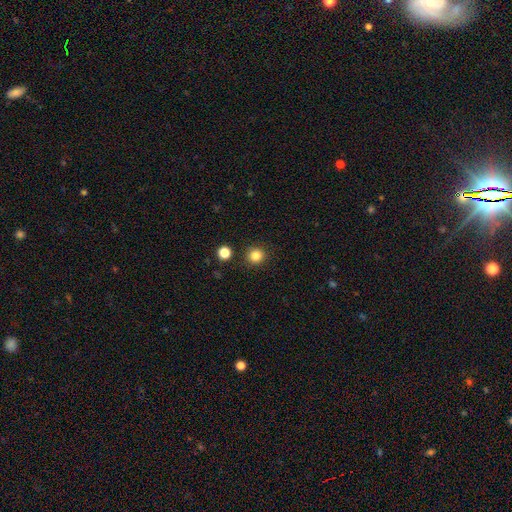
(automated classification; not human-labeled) smooth_or_featured: smooth (p=0.84) [alt: star or artifact p=0.12]
how_rounded: round (p=0.93) [alt: in between p=0.06]
merging: none (p=0.90) [alt: minor disturbance p=0.05]